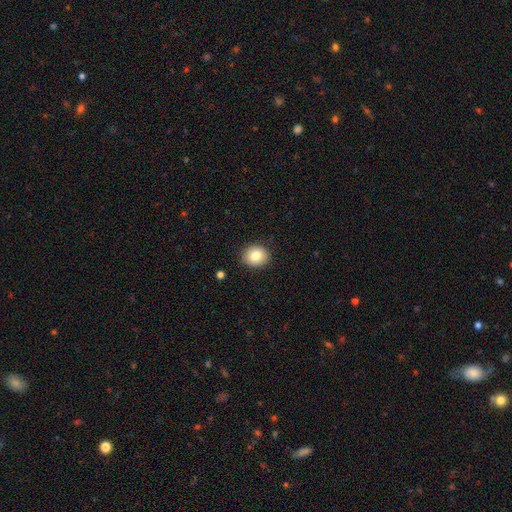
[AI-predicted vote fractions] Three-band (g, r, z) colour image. It shows a smooth galaxy with no disk features (83%) that is round (72%). Merging: none (90%).